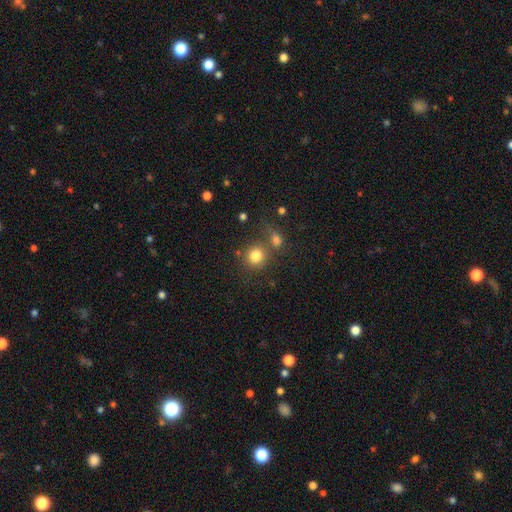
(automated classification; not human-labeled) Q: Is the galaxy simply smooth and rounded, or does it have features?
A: smooth — 80%.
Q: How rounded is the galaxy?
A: round — 84%.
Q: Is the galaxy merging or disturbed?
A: none — 63%.